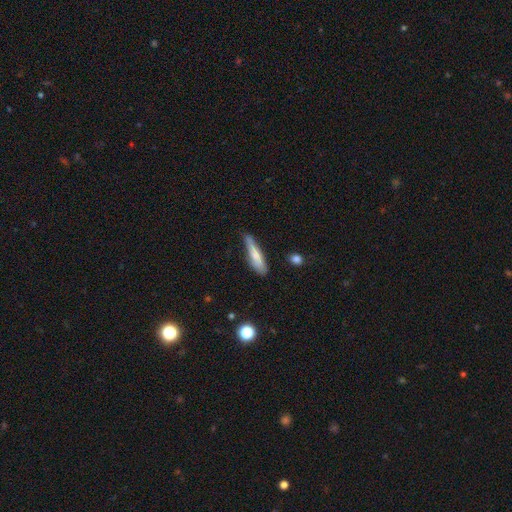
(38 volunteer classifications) This appears to be a smooth galaxy with no disk features (58%) that is cigar-shaped (86%). Merging: none (75%).